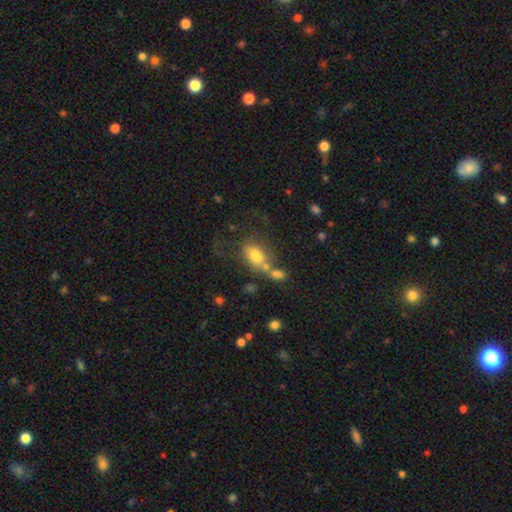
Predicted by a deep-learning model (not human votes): Smooth or featured? smooth (75%)
How rounded? in between (84%)
Merging? none (40%)